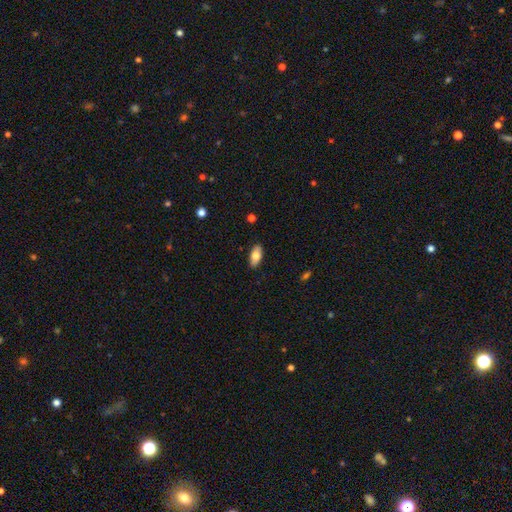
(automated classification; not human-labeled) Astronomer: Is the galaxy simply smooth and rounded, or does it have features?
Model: smooth — 77%.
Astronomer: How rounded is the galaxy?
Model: in between — 90%.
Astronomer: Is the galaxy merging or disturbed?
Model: none — 88%.